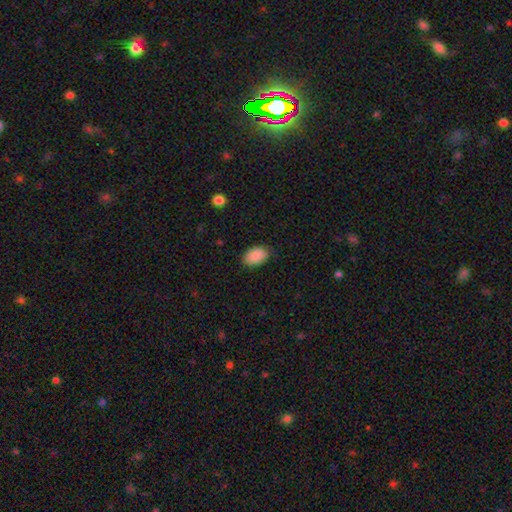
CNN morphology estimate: Smooth or featured: smooth — 90% (star or artifact — 7%)
How rounded: in between — 90% (round — 9%)
Merging: none — 84% (minor disturbance — 12%)